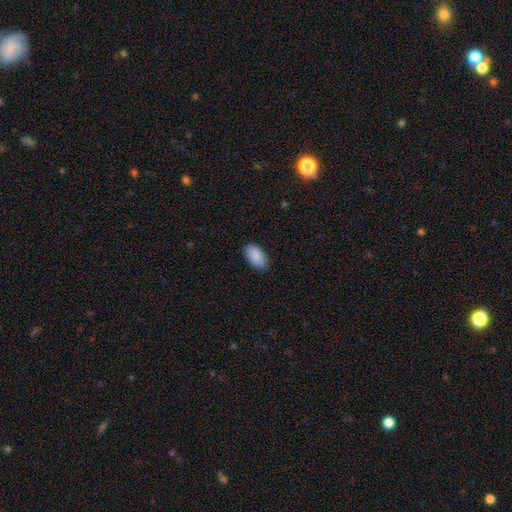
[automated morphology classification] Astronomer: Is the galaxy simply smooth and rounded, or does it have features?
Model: smooth — 89%.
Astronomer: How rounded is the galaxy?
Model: in between — 95%.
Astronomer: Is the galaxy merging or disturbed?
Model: none — 85%.